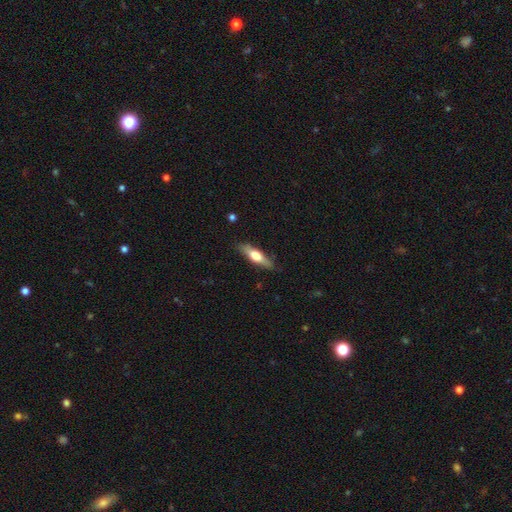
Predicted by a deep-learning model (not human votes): Smooth or featured: smooth — 52% (featured or disk — 43%)
How rounded: cigar-shaped — 62% (in between — 36%)
Merging: none — 82% (minor disturbance — 14%)